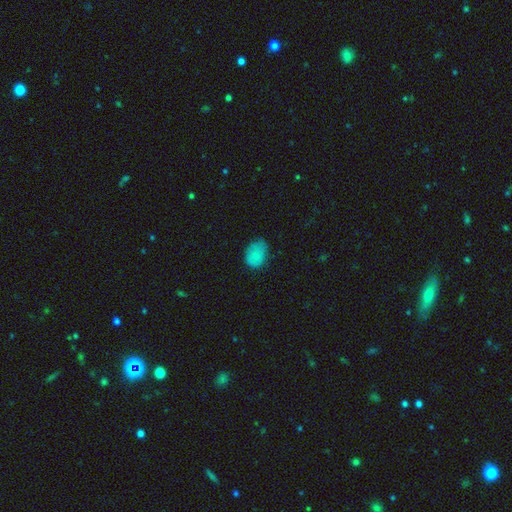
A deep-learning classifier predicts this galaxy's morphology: Q: Smooth or featured?
A: smooth (82%); runner-up: star or artifact (9%)
Q: How rounded?
A: in between (77%); runner-up: round (22%)
Q: Merging?
A: none (58%); runner-up: minor disturbance (33%)